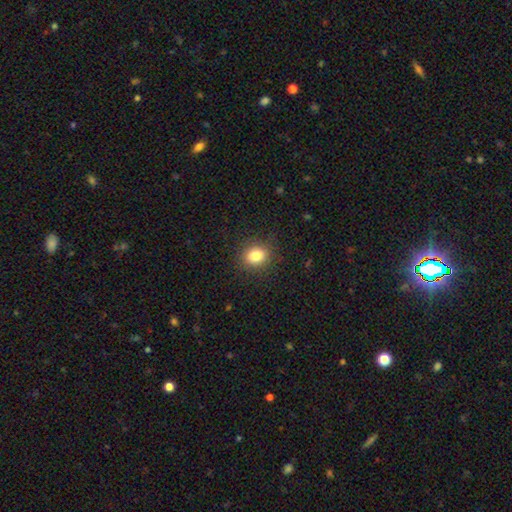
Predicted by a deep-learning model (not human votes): smooth-or-featured: smooth: 83% | star or artifact: 11% | featured or disk: 6%
  how-rounded: round: 58% | in between: 41% | cigar-shaped: 1%
  merging: none: 87% | minor disturbance: 9% | major disturbance: 3% | merger: 1%